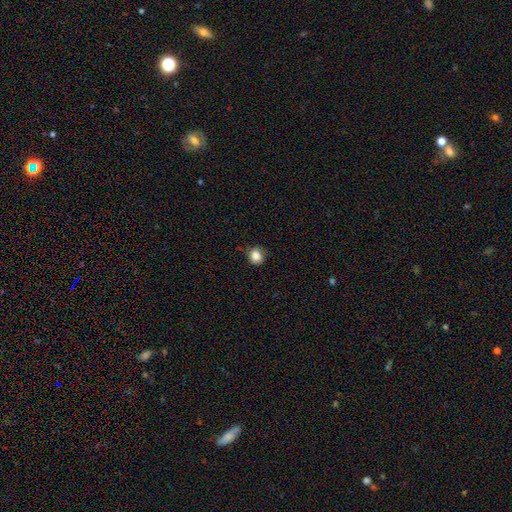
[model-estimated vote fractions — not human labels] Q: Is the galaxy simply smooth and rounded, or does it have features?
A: smooth — 86%.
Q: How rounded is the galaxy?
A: round — 82%.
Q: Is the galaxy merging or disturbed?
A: none — 85%.